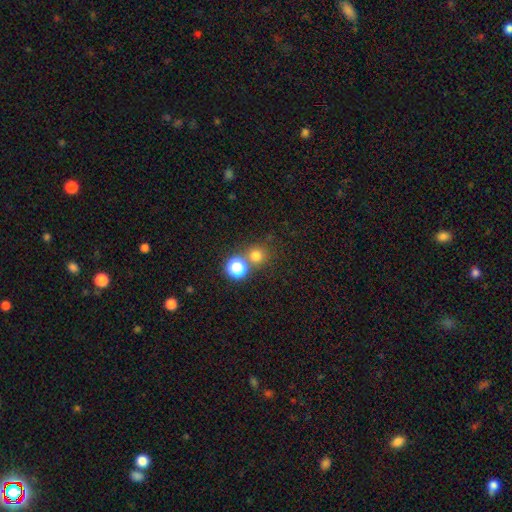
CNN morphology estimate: This appears to be a smooth galaxy with no disk features (73%) that is round (92%). Merging: none (70%).